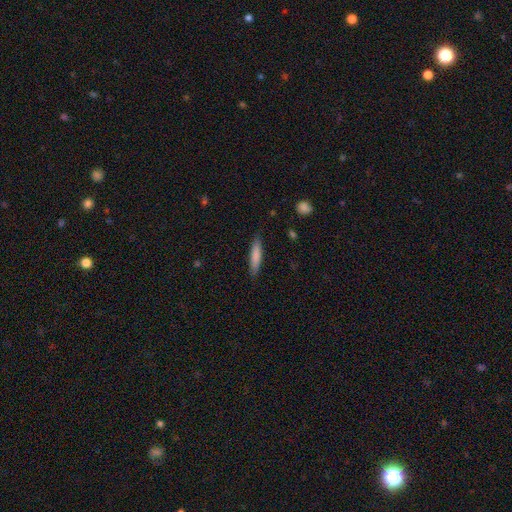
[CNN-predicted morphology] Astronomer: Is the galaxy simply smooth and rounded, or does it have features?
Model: smooth — 80%.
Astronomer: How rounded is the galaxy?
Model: cigar-shaped — 85%.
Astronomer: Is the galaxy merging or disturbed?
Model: none — 86%.